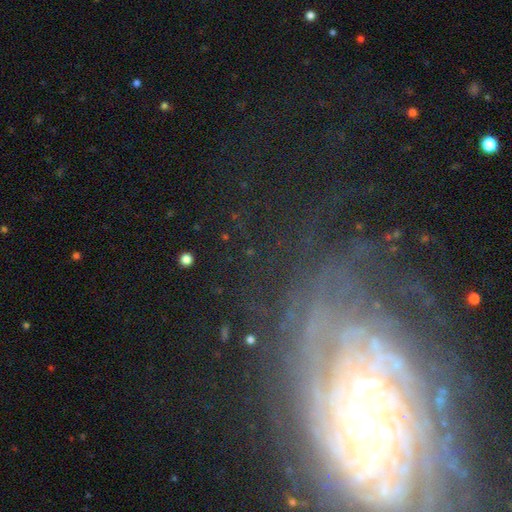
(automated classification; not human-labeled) Morphology: type=featured or disk (73%); edge-on=no (93%); bar=no (58%); spiral arms=yes (88%); winding=tight (73%); arm count=can't tell (39%); bulge=small (65%); merging=none (69%).